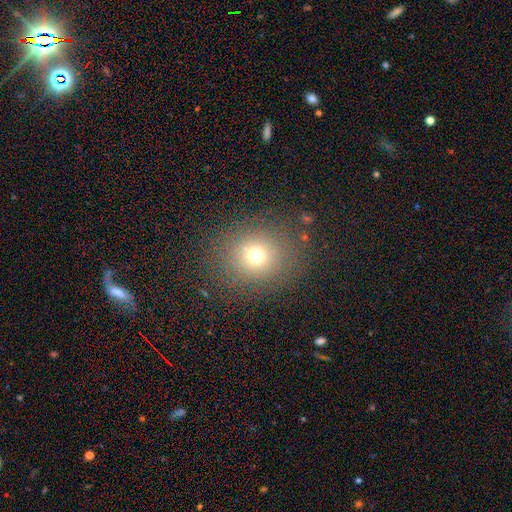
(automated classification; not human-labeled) smooth 69%, star or artifact 20%, featured or disk 12%. Down the decision tree: how rounded — round (76%); merging — none (83%).